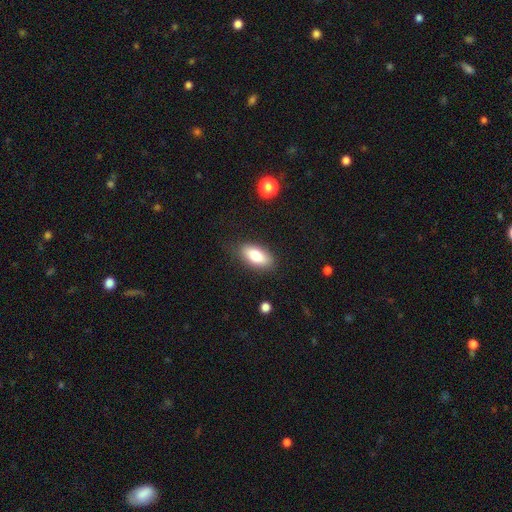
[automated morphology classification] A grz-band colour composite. It shows a smooth galaxy with no disk features (78%) that is in between round and cigar-shaped (88%). Merging: none (83%).